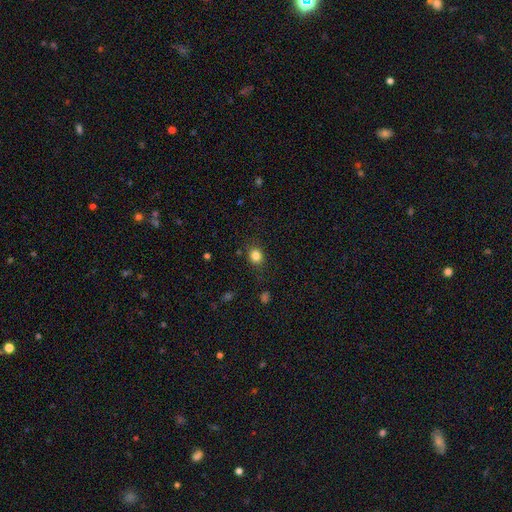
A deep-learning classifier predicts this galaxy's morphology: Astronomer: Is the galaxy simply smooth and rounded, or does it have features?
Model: smooth — 83%.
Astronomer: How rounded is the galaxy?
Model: round — 65%.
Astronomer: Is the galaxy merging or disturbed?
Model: none — 85%.